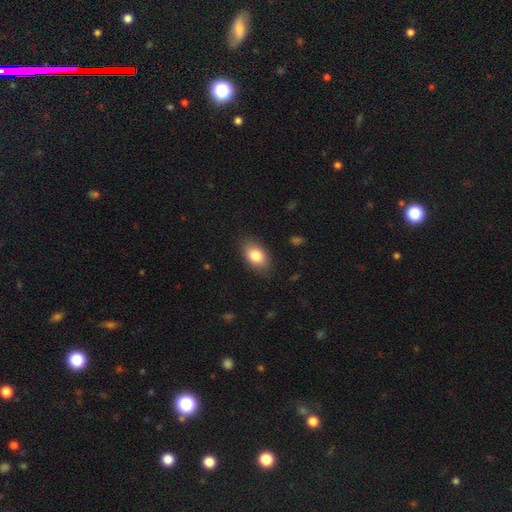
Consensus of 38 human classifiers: Smooth or featured: smooth — 84% (featured or disk — 13%)
How rounded: in between — 94% (round — 3%)
Merging: none — 86% (minor disturbance — 8%)